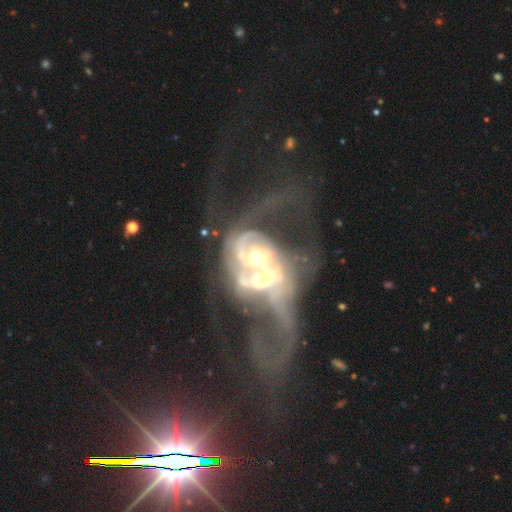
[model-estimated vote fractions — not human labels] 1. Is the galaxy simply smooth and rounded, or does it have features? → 80% featured or disk, 12% smooth, 9% star or artifact.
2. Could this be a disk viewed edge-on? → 96% no, 4% yes.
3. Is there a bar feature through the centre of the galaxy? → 66% no, 22% weak, 12% strong.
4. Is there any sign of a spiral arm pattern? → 67% yes, 33% no.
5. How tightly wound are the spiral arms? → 35% medium, 33% loose, 33% tight.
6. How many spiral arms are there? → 42% can't tell, 34% 2, 11% 1, 7% 3, 3% 4, 3% more than 4.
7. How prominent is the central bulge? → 62% moderate, 18% small, 12% large, 5% none, 2% dominant.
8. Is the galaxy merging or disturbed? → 74% merger, 17% major disturbance, 5% none, 4% minor disturbance.